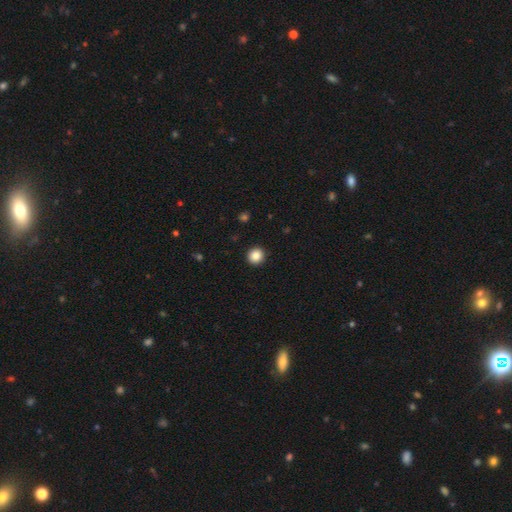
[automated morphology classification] smooth_or_featured: smooth (p=0.86) [alt: star or artifact p=0.10]
how_rounded: round (p=0.93) [alt: in between p=0.06]
merging: none (p=0.93) [alt: minor disturbance p=0.04]